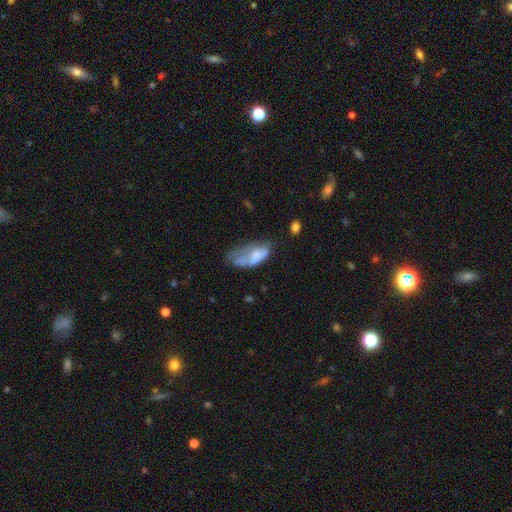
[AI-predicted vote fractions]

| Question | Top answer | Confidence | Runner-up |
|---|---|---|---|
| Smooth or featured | smooth | 56% | featured or disk (35%) |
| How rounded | in between | 86% | cigar-shaped (10%) |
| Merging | major disturbance | 38% | minor disturbance (26%) |